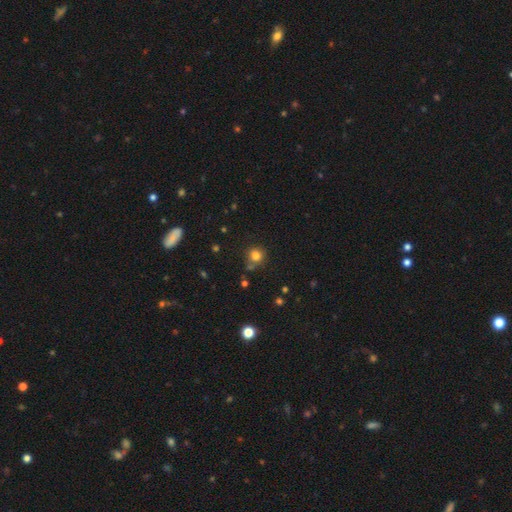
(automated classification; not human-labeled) smooth 79%, star or artifact 14%, featured or disk 6%. Down the decision tree: how rounded — round (90%); merging — none (71%).